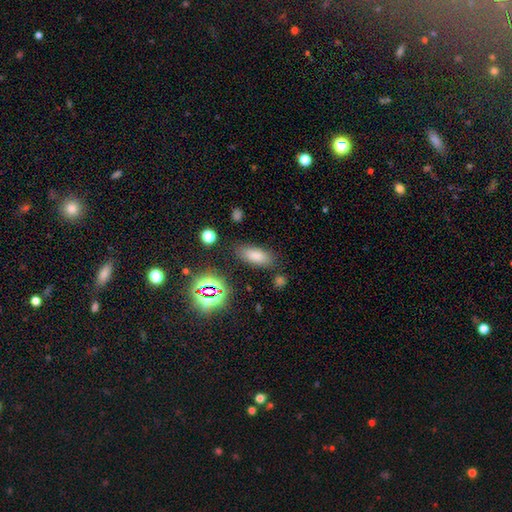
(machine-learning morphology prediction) Smooth or featured?
  - smooth: 77% *
  - star or artifact: 14%
  - featured or disk: 9%
How rounded?
  - in between: 79% *
  - cigar-shaped: 17%
  - round: 4%
Merging?
  - none: 81% *
  - minor disturbance: 11%
  - major disturbance: 4%
  - merger: 4%